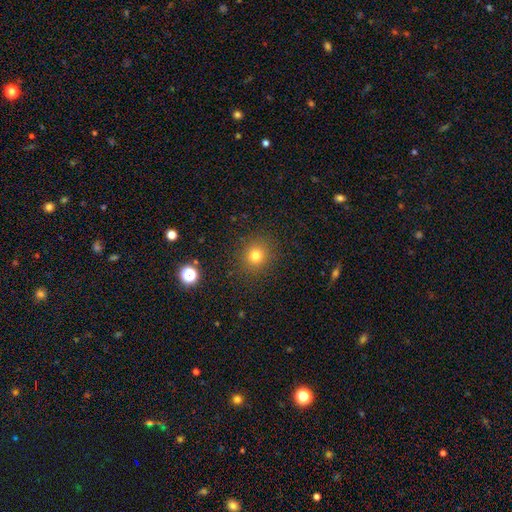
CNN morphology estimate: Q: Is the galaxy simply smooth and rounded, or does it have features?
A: smooth — 77%.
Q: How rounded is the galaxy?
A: round — 88%.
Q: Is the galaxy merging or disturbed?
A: none — 89%.